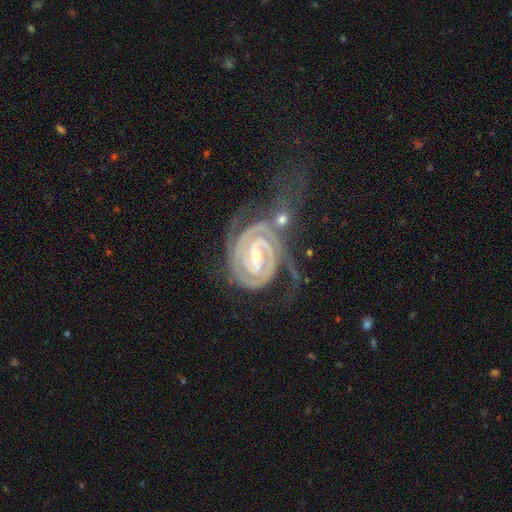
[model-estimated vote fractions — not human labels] Smooth or featured? featured or disk (93%)
Edge-on disk? no (97%)
Bar? strong (50%)
Spiral arms? yes (99%)
Spiral winding? tight (83%)
Spiral arm count? 2 (76%)
Bulge size? small (56%)
Merging? none (50%)